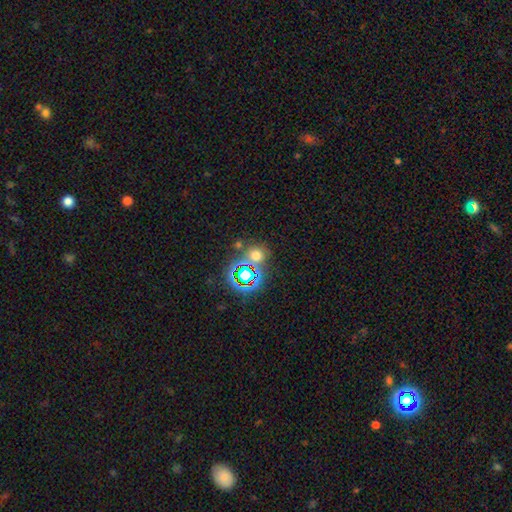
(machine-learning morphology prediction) Smooth or featured: smooth — 57% (star or artifact — 34%)
How rounded: round — 83% (in between — 16%)
Merging: none — 70% (merger — 17%)